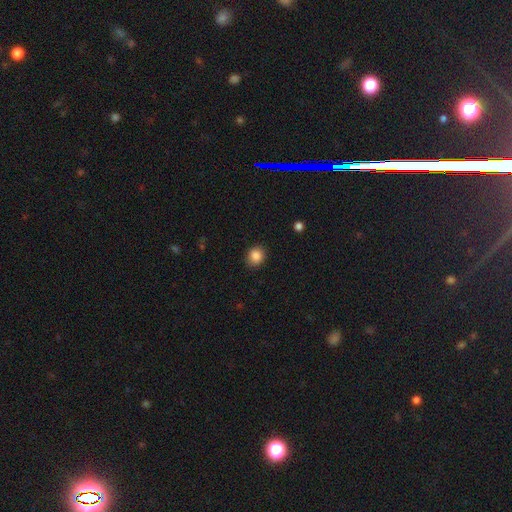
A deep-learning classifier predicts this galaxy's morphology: This appears to be a smooth galaxy with no disk features (86%) that is round (75%). Merging: none (87%).